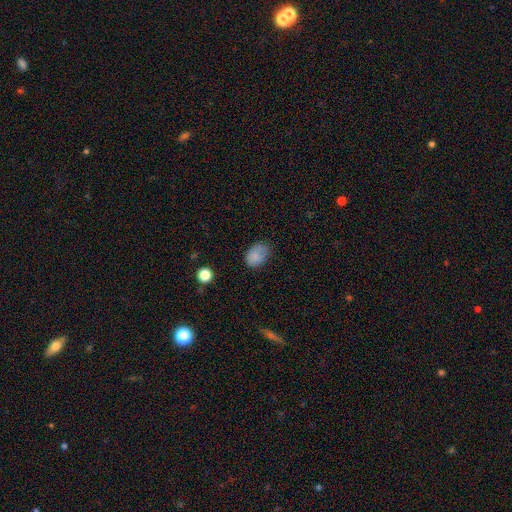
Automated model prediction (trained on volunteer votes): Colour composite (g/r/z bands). It shows a smooth galaxy with no disk features (82%) that is in between round and cigar-shaped (80%). Merging: none (67%).